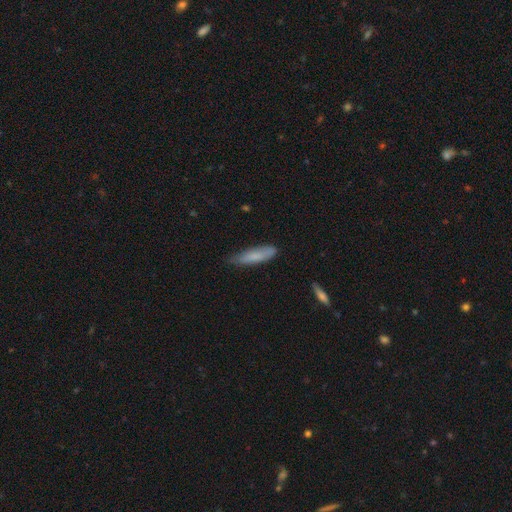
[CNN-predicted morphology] A smooth galaxy with no disk features (79%) that is cigar-shaped (72%). Merging: none (64%).